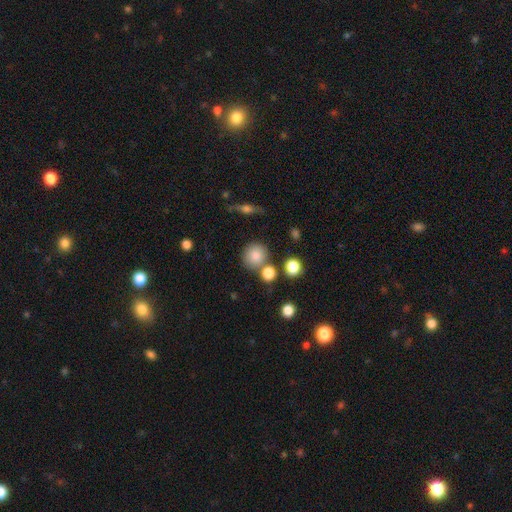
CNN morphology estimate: smooth 82%, star or artifact 10%, featured or disk 7%. Down the decision tree: how rounded — round (87%); merging — none (72%).